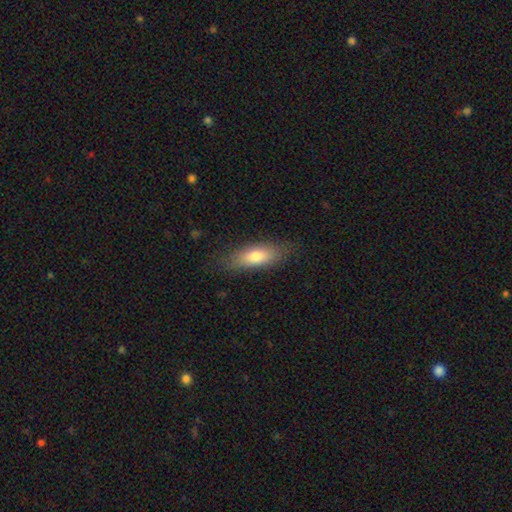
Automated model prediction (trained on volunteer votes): Morphology: type=smooth (73%); roundness=in between (68%); merging=none (80%).